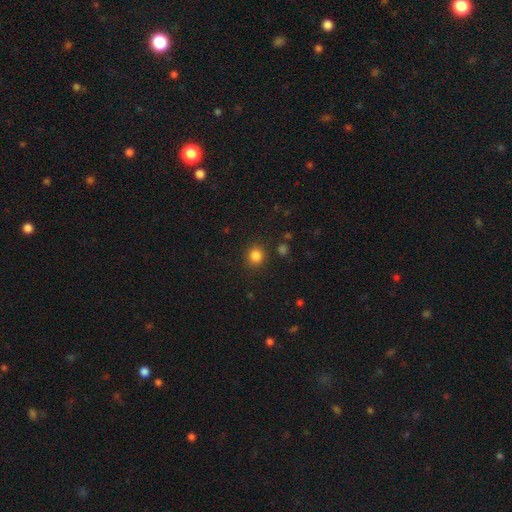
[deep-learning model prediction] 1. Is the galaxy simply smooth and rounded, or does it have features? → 84% smooth, 12% star or artifact, 4% featured or disk.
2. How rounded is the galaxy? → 85% round, 14% in between, 1% cigar-shaped.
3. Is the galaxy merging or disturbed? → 88% none, 7% minor disturbance, 3% major disturbance, 2% merger.